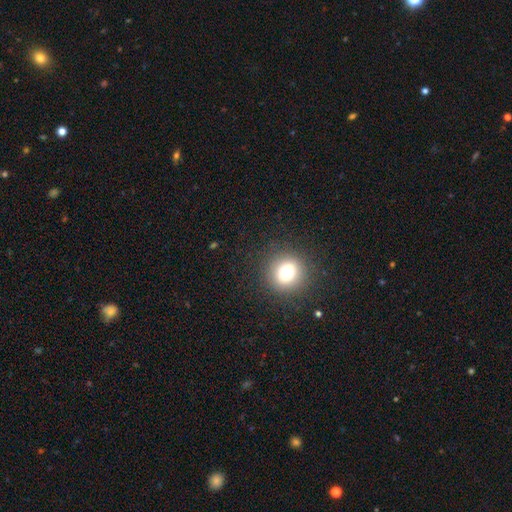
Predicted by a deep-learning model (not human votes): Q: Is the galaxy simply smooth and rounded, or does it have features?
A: smooth — 68%.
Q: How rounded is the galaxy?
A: round — 94%.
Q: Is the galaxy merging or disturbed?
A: none — 94%.